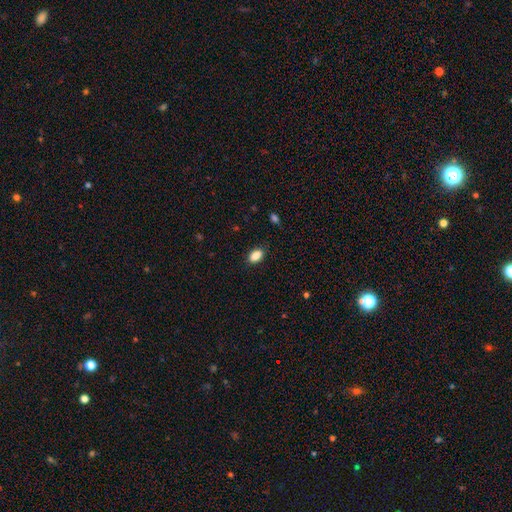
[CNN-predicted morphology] Smooth or featured? smooth (88%)
How rounded? in between (89%)
Merging? none (86%)